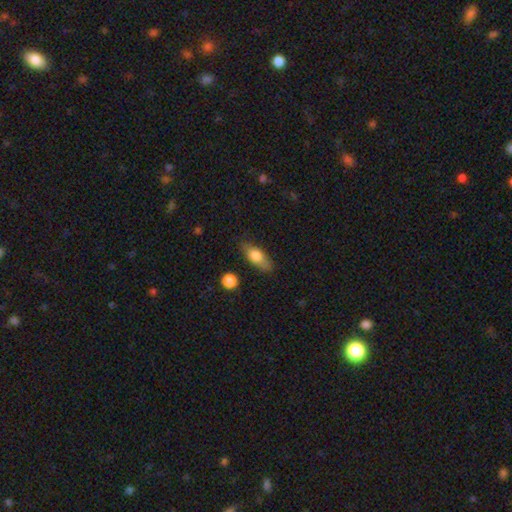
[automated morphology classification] The model was most divided on "how rounded": in between: 70%, cigar-shaped: 25%, round: 5%. More confident: merging — none (78%); smooth or featured — smooth (70%).